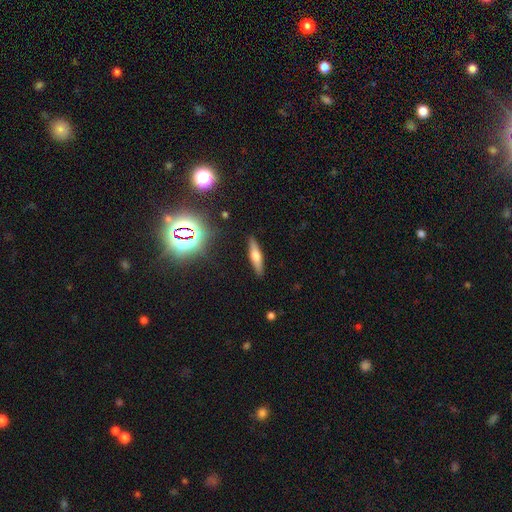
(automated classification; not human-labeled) This appears to be a smooth galaxy with no disk features (49%). Merging: none (88%).